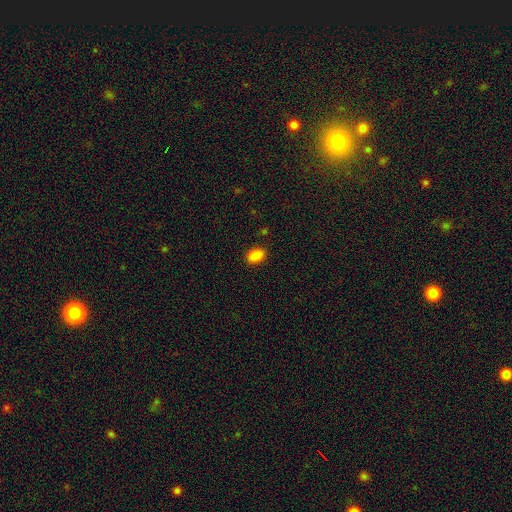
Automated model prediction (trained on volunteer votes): Overall: smooth (86%). How rounded: in between (78%). Merging: none (88%).